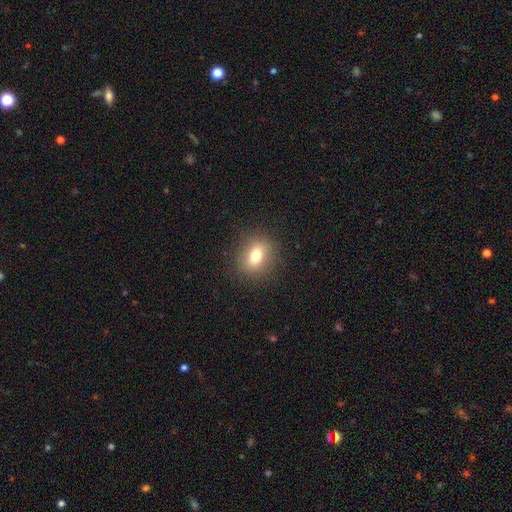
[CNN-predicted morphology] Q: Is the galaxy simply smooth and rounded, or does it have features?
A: smooth — 75%.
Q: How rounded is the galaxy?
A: round — 55%.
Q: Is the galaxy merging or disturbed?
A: none — 87%.